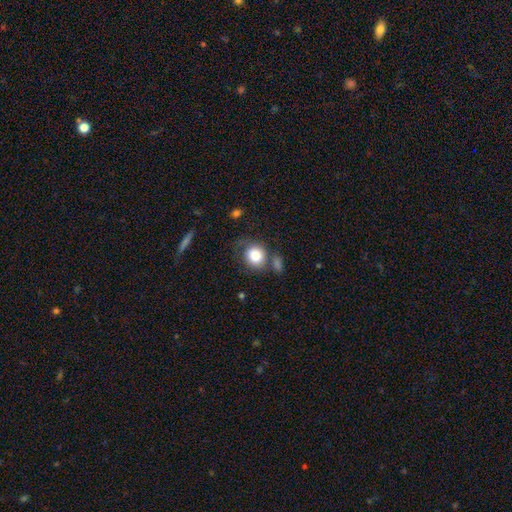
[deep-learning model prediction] smooth_or_featured: smooth (p=0.82) [alt: featured or disk p=0.10]
how_rounded: round (p=0.78) [alt: in between p=0.21]
merging: none (p=0.55) [alt: minor disturbance p=0.20]